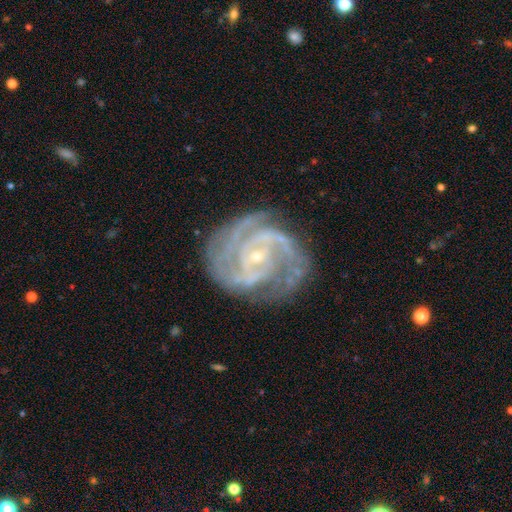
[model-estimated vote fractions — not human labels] Q: Smooth or featured?
A: featured or disk (91%); runner-up: star or artifact (5%)
Q: Edge-on disk?
A: no (98%); runner-up: yes (2%)
Q: Bar?
A: no (48%); runner-up: weak (36%)
Q: Spiral arms?
A: yes (98%); runner-up: no (2%)
Q: Spiral winding?
A: tight (58%); runner-up: medium (37%)
Q: Spiral arm count?
A: 2 (36%); runner-up: 3 (27%)
Q: Bulge size?
A: small (81%); runner-up: moderate (16%)
Q: Merging?
A: none (70%); runner-up: minor disturbance (19%)